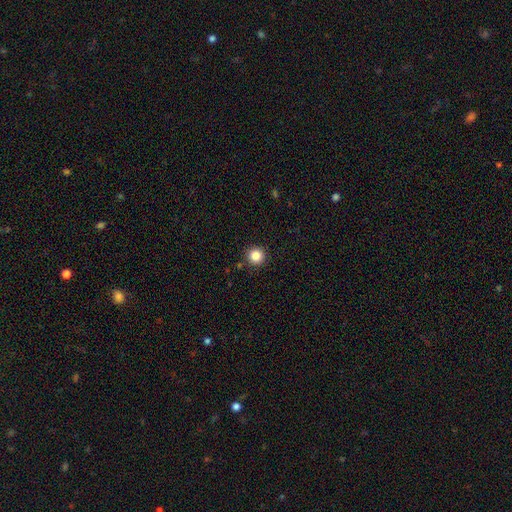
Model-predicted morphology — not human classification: A smooth galaxy with no disk features (85%) that is round (95%). Merging: none (91%).